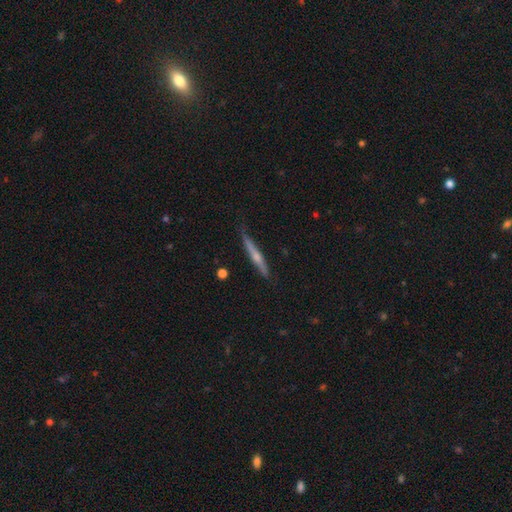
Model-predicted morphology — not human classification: A featured or disk galaxy (61%) viewed edge-on (96%) with a rounded central bulge (76%). Merging: none (80%).